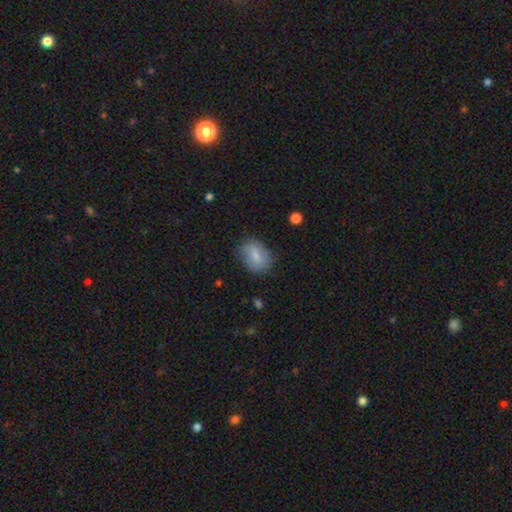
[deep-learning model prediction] Smooth or featured?
  - smooth: 76% *
  - featured or disk: 17%
  - star or artifact: 7%
How rounded?
  - in between: 76% *
  - round: 23%
  - cigar-shaped: 2%
Merging?
  - none: 74% *
  - minor disturbance: 20%
  - major disturbance: 5%
  - merger: 1%